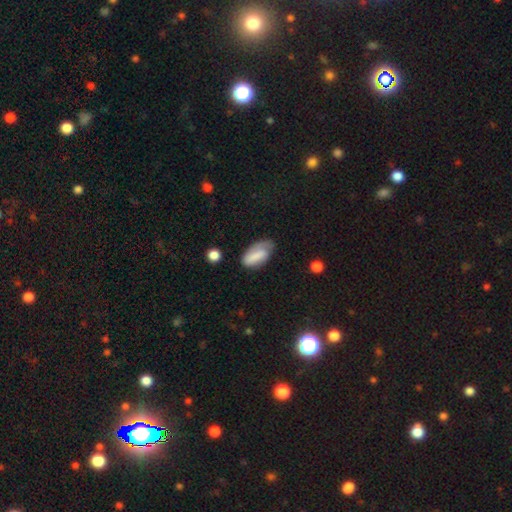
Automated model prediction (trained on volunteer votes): This is likely a smooth galaxy (69%). How rounded: clearly in between (89%). Merging: possibly none (46%).